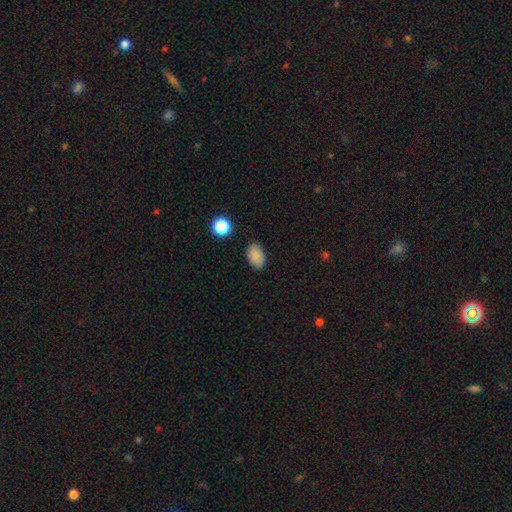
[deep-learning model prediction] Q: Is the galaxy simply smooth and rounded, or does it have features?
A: smooth — 86%.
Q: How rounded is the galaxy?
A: in between — 87%.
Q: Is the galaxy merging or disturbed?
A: none — 84%.